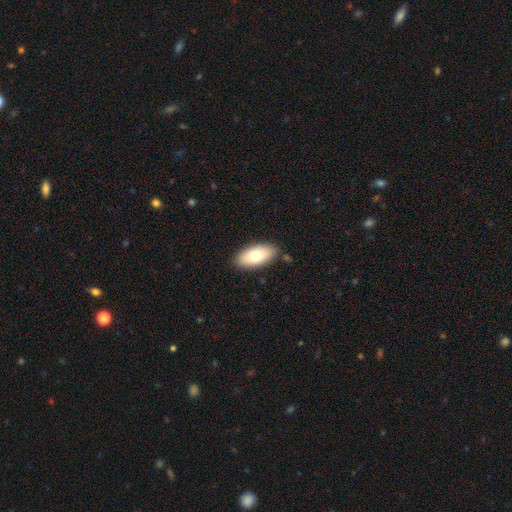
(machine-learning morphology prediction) Q: Smooth or featured?
A: smooth (71%); runner-up: featured or disk (22%)
Q: How rounded?
A: in between (91%); runner-up: cigar-shaped (6%)
Q: Merging?
A: none (86%); runner-up: minor disturbance (10%)